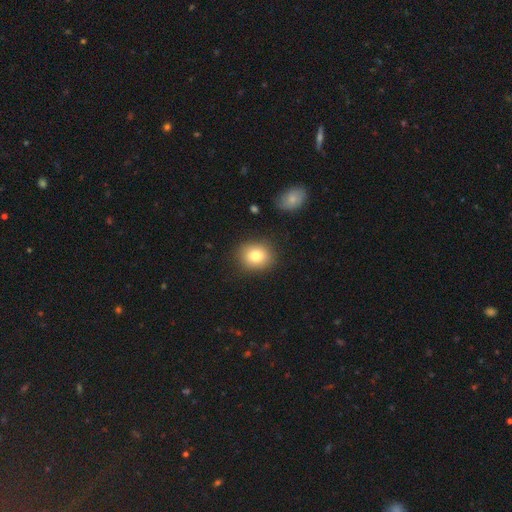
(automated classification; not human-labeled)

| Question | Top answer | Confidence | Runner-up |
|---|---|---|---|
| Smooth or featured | smooth | 81% | featured or disk (10%) |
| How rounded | round | 62% | in between (38%) |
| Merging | none | 86% | minor disturbance (10%) |